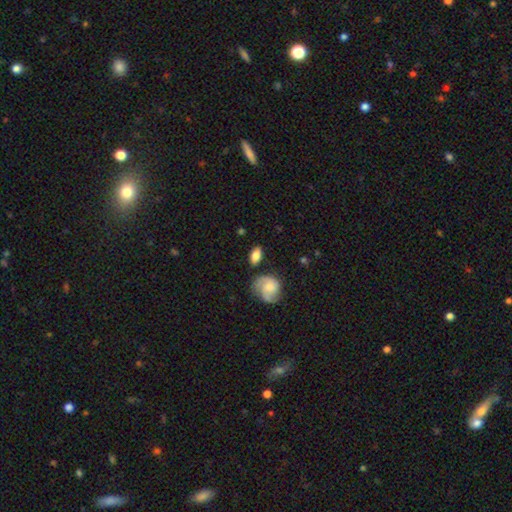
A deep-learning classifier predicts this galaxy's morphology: smooth_or_featured: smooth (p=0.76) [alt: featured or disk p=0.17]
how_rounded: in between (p=0.86) [alt: round p=0.09]
merging: none (p=0.74) [alt: minor disturbance p=0.17]